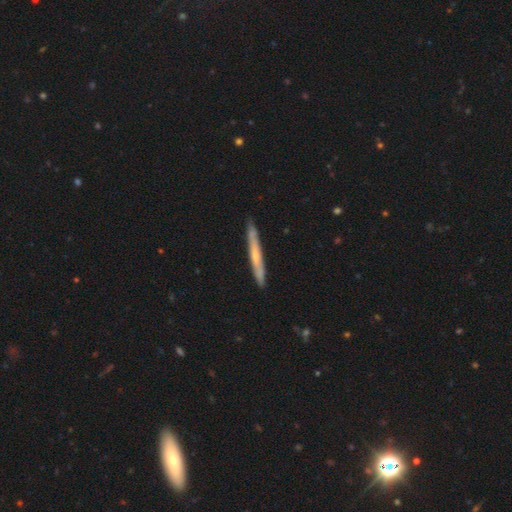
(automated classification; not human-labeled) A featured or disk galaxy (53%) viewed edge-on (92%). Merging: none (88%).